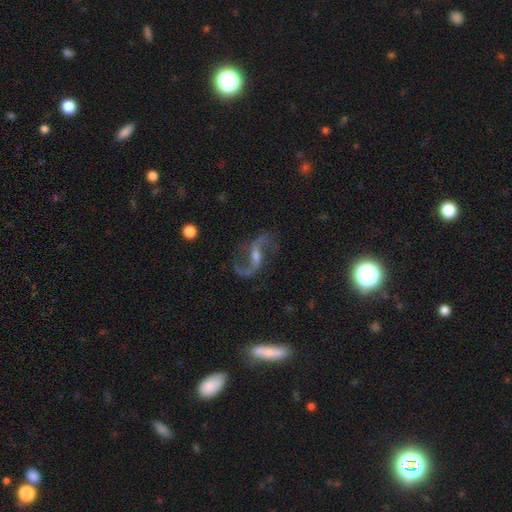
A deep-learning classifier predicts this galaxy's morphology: type=featured or disk (87%); edge-on=no (95%); bar=weak (44%); spiral arms=yes (97%); winding=loose (67%); arm count=2 (93%); bulge=small (45%, tied with moderate); merging=none (80%).